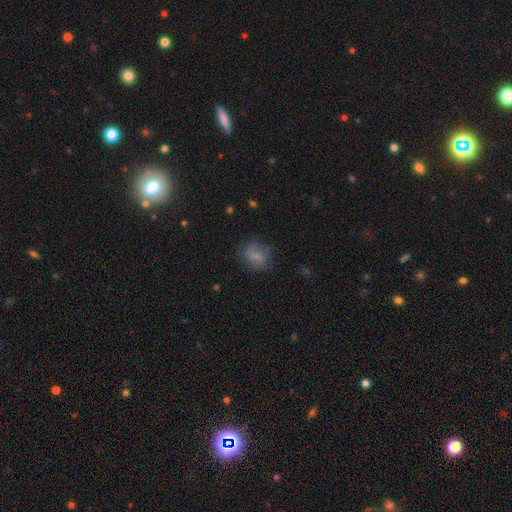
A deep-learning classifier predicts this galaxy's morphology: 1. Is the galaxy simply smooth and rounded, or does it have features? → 75% smooth, 14% featured or disk, 11% star or artifact.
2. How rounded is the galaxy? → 53% in between, 45% round, 2% cigar-shaped.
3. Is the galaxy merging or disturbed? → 68% none, 21% minor disturbance, 10% major disturbance, 2% merger.